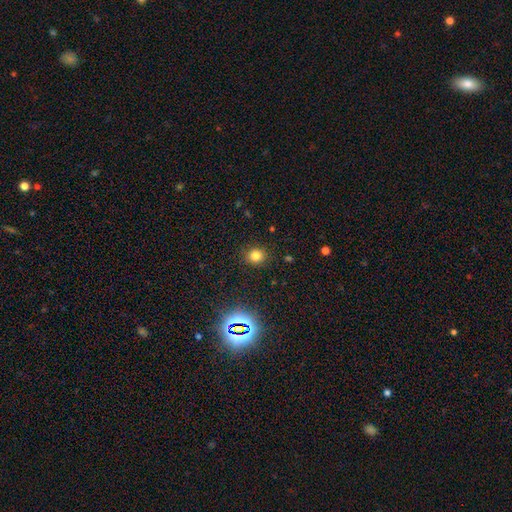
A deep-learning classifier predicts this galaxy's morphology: Q: Smooth or featured?
A: smooth (77%); runner-up: star or artifact (17%)
Q: How rounded?
A: round (80%); runner-up: in between (19%)
Q: Merging?
A: none (88%); runner-up: minor disturbance (8%)